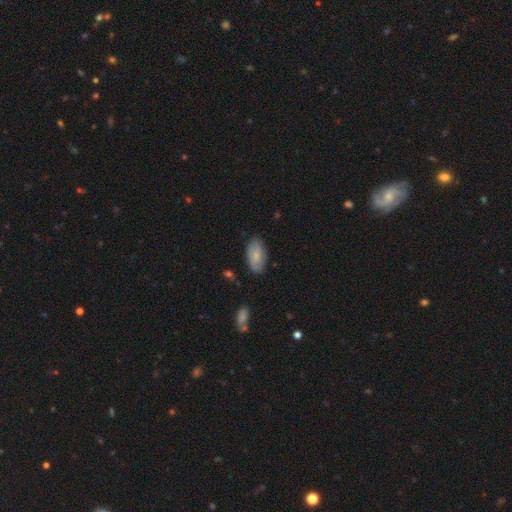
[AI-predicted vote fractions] A smooth galaxy with no disk features (75%) that is in between round and cigar-shaped (94%).

Vote fractions:
- Smooth or featured? smooth: 75% / featured or disk: 19% / star or artifact: 6%
- How rounded? in between: 94% / cigar-shaped: 3% / round: 3%
- Merging? none: 78% / minor disturbance: 17% / major disturbance: 3% / merger: 1%